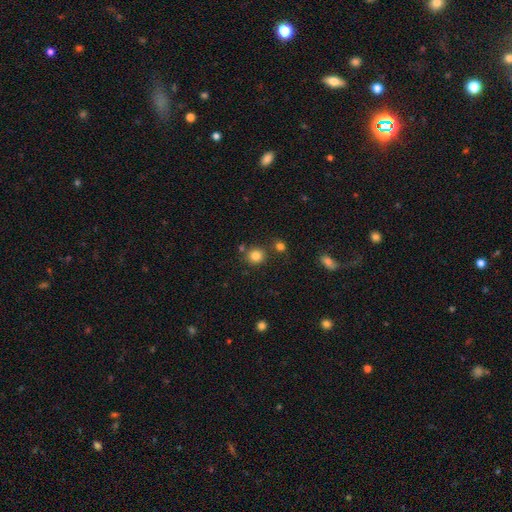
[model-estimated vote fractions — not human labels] Smooth or featured? smooth (83%)
How rounded? round (90%)
Merging? none (79%)